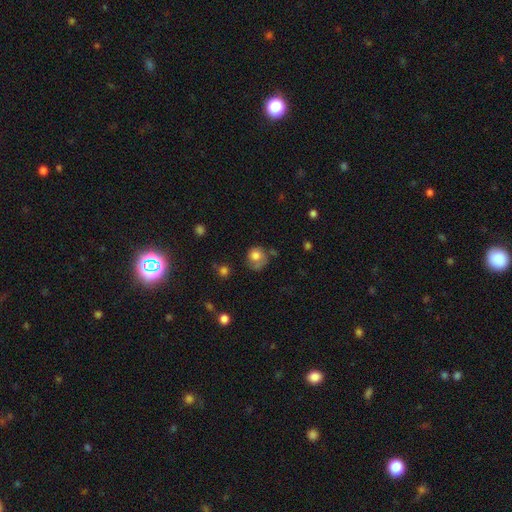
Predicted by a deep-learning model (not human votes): A smooth galaxy with no disk features (71%) that is round (79%). Merging: none (47%).